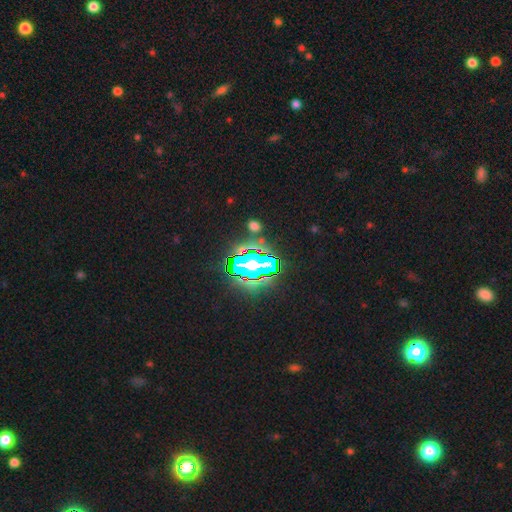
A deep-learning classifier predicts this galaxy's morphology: This is clearly a star or artifact rather than a galaxy (81%).